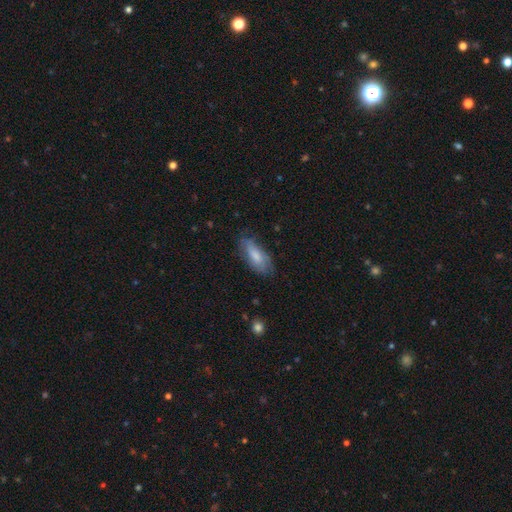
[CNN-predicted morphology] Smooth or featured?
  - smooth: 69% *
  - featured or disk: 25%
  - star or artifact: 6%
How rounded?
  - in between: 77% *
  - cigar-shaped: 21%
  - round: 2%
Merging?
  - none: 67% *
  - minor disturbance: 24%
  - major disturbance: 7%
  - merger: 1%